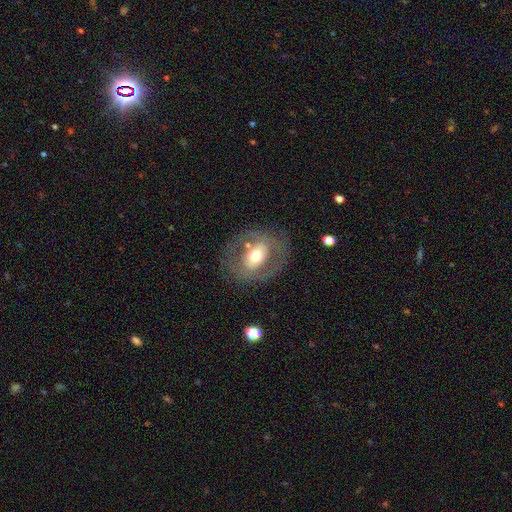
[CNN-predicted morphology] featured or disk 54%, smooth 38%, star or artifact 8%. Down the decision tree: edge-on disk — no (93%); merging — none (74%).